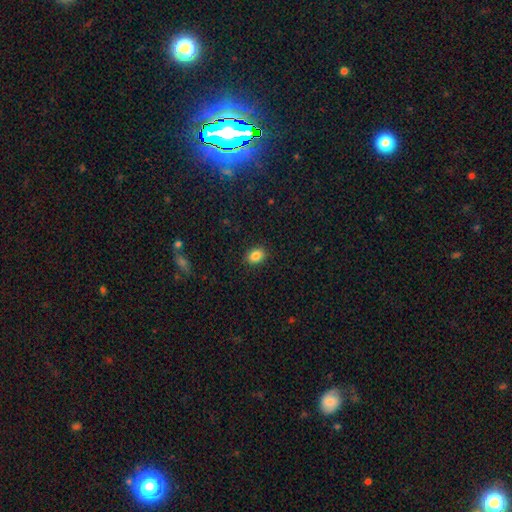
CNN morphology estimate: smooth 86%, star or artifact 9%, featured or disk 5%. Down the decision tree: how rounded — in between (68%); merging — none (89%).